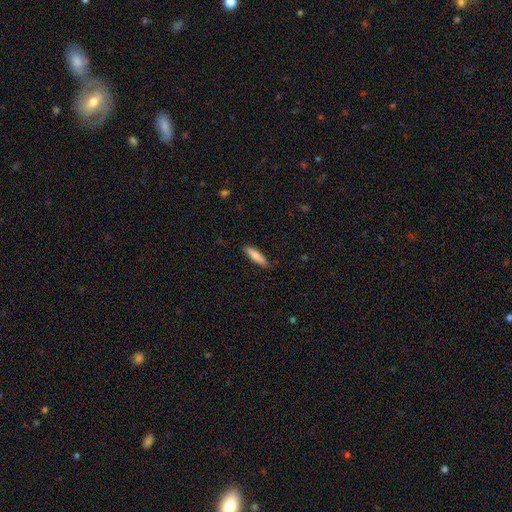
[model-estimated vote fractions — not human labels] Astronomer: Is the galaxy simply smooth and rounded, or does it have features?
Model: smooth — 83%.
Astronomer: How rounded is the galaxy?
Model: cigar-shaped — 72%.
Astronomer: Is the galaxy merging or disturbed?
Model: none — 87%.